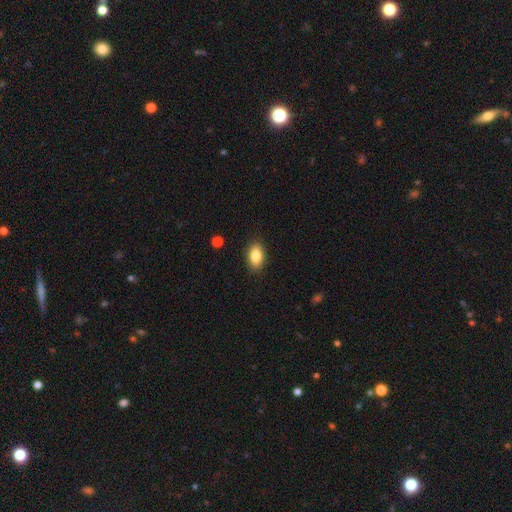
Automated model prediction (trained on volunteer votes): A smooth galaxy with no disk features (84%) that is in between round and cigar-shaped (89%). Merging: none (88%).